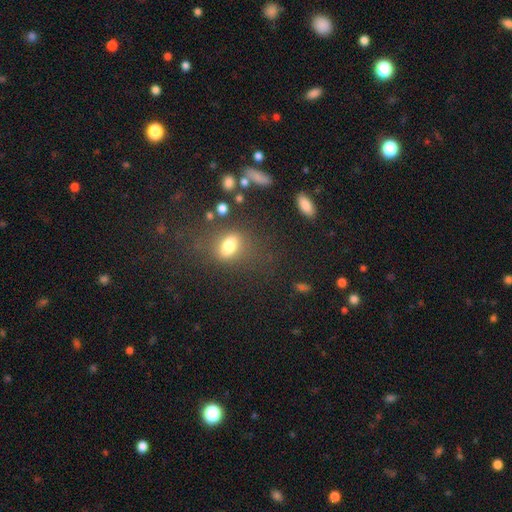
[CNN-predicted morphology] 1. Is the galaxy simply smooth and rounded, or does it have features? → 56% smooth, 31% star or artifact, 13% featured or disk.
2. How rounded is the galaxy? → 51% in between, 45% round, 4% cigar-shaped.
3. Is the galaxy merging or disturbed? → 72% none, 14% minor disturbance, 8% major disturbance, 5% merger.